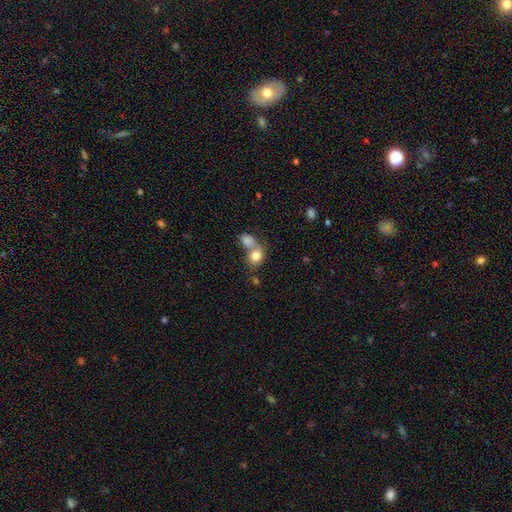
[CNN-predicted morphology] type=smooth (81%); roundness=round (58%); merging=merger (53%).